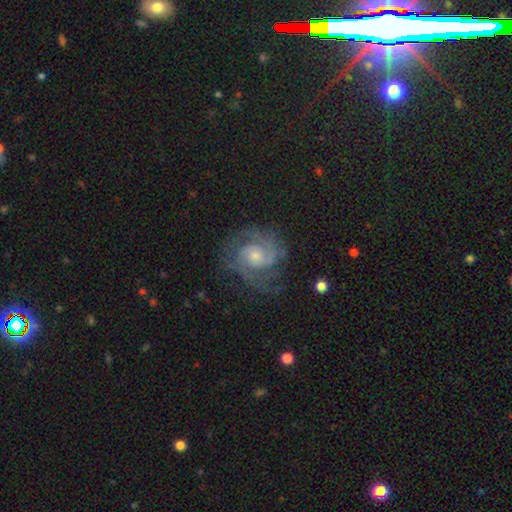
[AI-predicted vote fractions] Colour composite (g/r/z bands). It shows a featured or disk galaxy (85%) with no bar (66%), 2 (60%) tight (50%) spiral arms (97%) and a small central bulge (53%). Merging: none (71%).